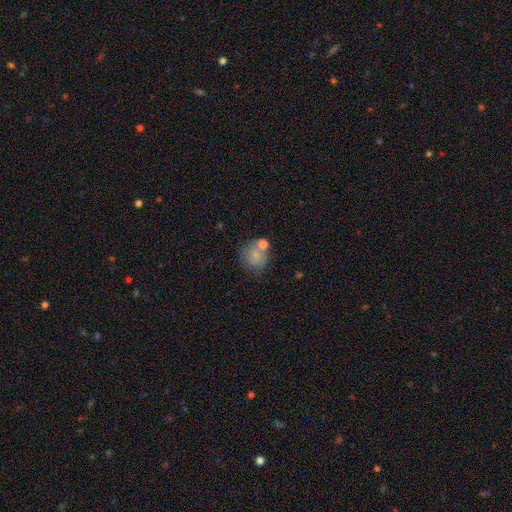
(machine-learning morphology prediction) This is likely a smooth galaxy (75%). How rounded: clearly round (81%). Merging: possibly none (51%).